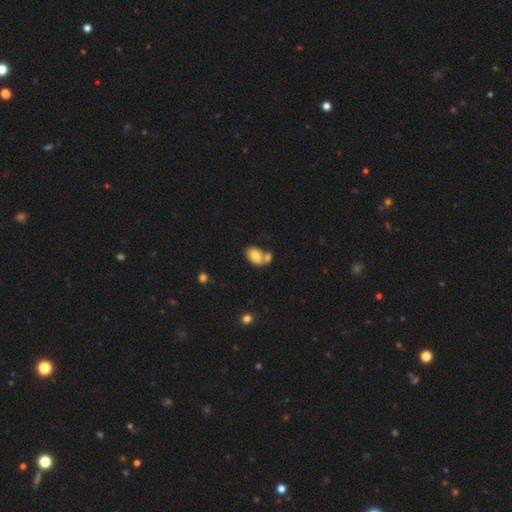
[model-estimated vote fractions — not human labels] smooth_or_featured: smooth (p=0.76) [alt: featured or disk p=0.16]
how_rounded: in between (p=0.84) [alt: round p=0.14]
merging: merger (p=0.44) [alt: none p=0.40]